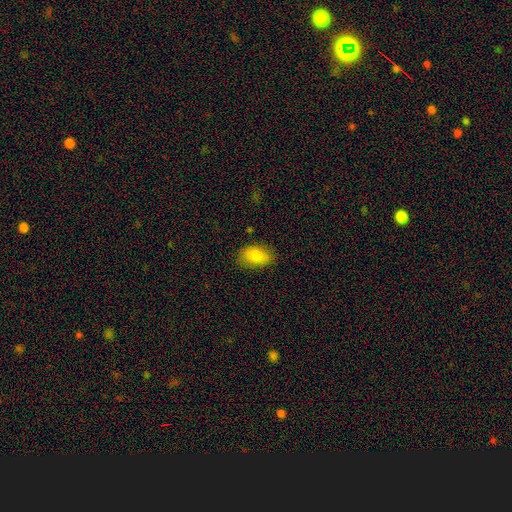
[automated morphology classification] A smooth galaxy with no disk features (85%) that is in between round and cigar-shaped (90%). Merging: none (80%).